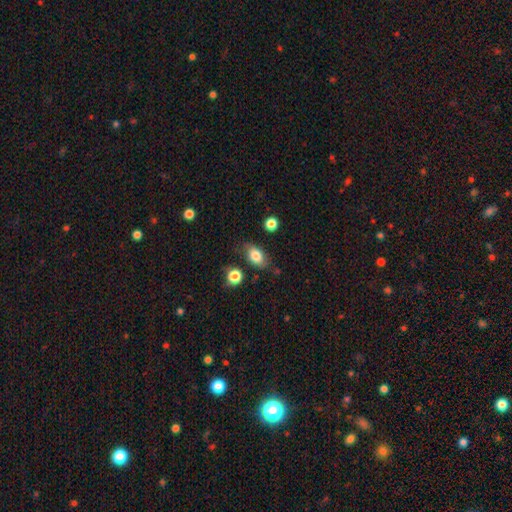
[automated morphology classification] smooth 80%, featured or disk 12%, star or artifact 9%. Down the decision tree: how rounded — in between (84%); merging — none (74%).